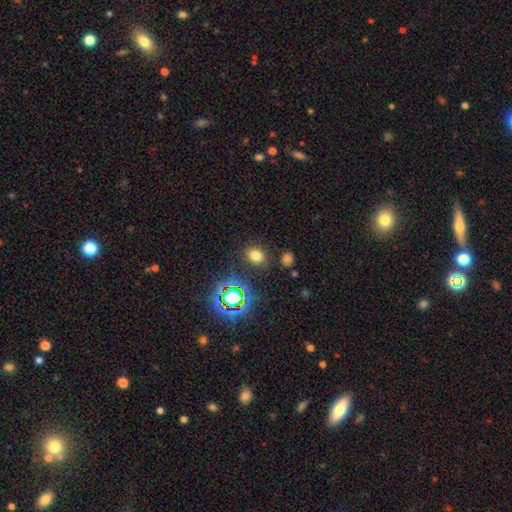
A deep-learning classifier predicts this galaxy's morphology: Smooth or featured?
  - smooth: 70% *
  - star or artifact: 23%
  - featured or disk: 7%
How rounded?
  - round: 60% *
  - in between: 39%
  - cigar-shaped: 1%
Merging?
  - none: 85% *
  - minor disturbance: 9%
  - major disturbance: 4%
  - merger: 3%